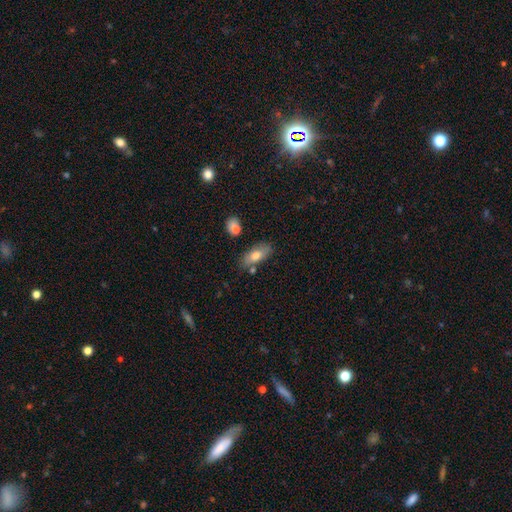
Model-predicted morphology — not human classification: The model was most divided on "smooth or featured": smooth: 73%, featured or disk: 21%, star or artifact: 7%. More confident: how rounded — in between (84%); merging — none (72%).